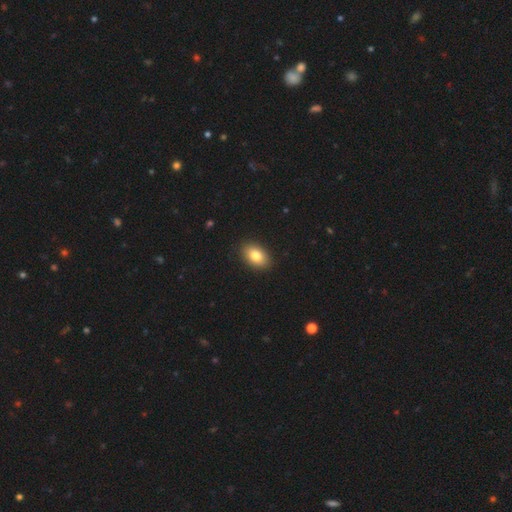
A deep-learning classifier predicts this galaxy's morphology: The model was most divided on "smooth or featured": smooth: 82%, featured or disk: 10%, star or artifact: 8%. More confident: merging — none (90%); how rounded — in between (87%).